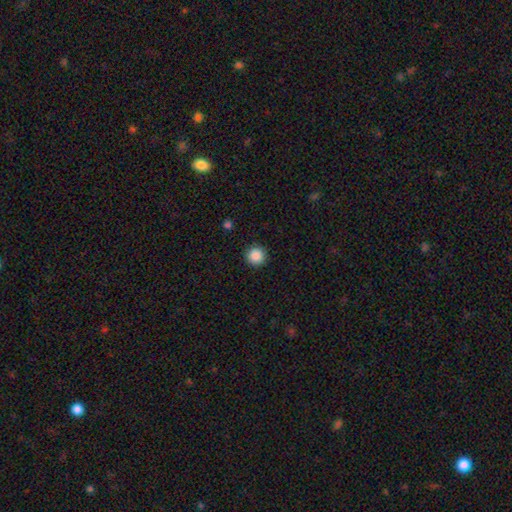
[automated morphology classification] type=smooth (88%); roundness=round (96%); merging=none (92%).